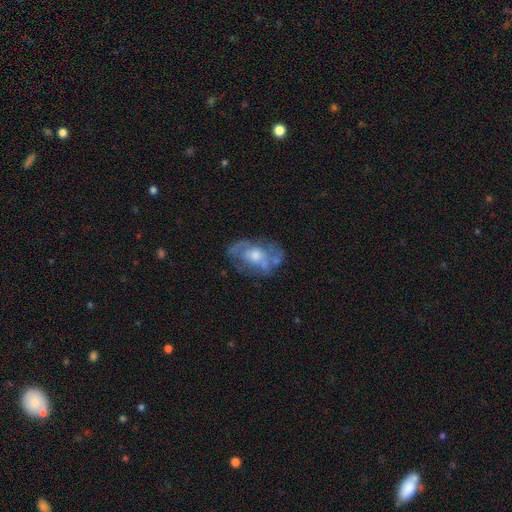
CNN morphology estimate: Q: Smooth or featured?
A: featured or disk (67%); runner-up: smooth (26%)
Q: Edge-on disk?
A: no (95%); runner-up: yes (5%)
Q: Bar?
A: no (79%); runner-up: weak (18%)
Q: Spiral arms?
A: no (57%); runner-up: yes (43%)
Q: Bulge size?
A: moderate (57%); runner-up: small (26%)
Q: Merging?
A: none (53%); runner-up: minor disturbance (23%)